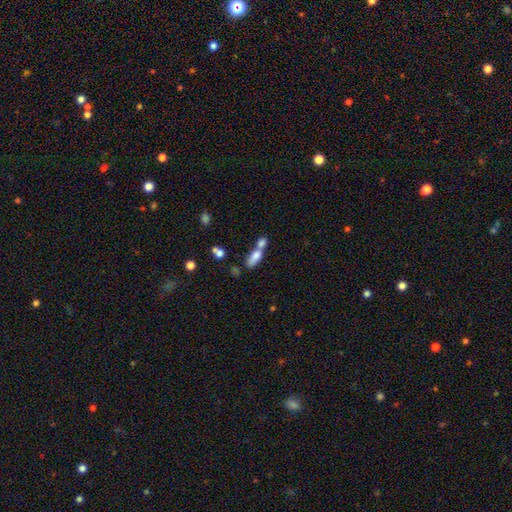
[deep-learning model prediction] smooth_or_featured: smooth (p=0.73) [alt: featured or disk p=0.18]
how_rounded: in between (p=0.62) [alt: cigar-shaped p=0.32]
merging: merger (p=0.58) [alt: none p=0.28]